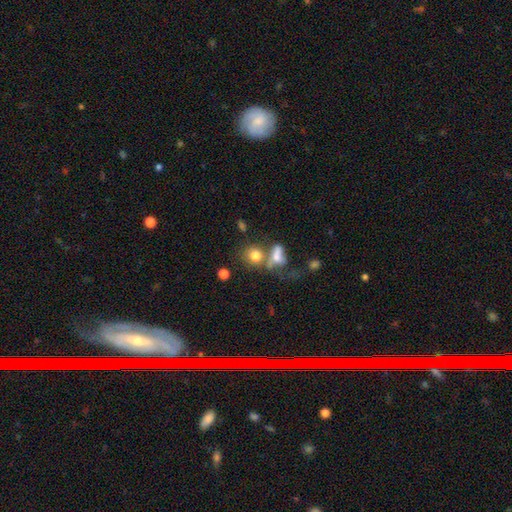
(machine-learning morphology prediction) Smooth or featured?
  - smooth: 75% *
  - featured or disk: 13%
  - star or artifact: 12%
How rounded?
  - round: 67% *
  - in between: 31%
  - cigar-shaped: 2%
Merging?
  - merger: 42% *
  - none: 37%
  - minor disturbance: 11%
  - major disturbance: 10%